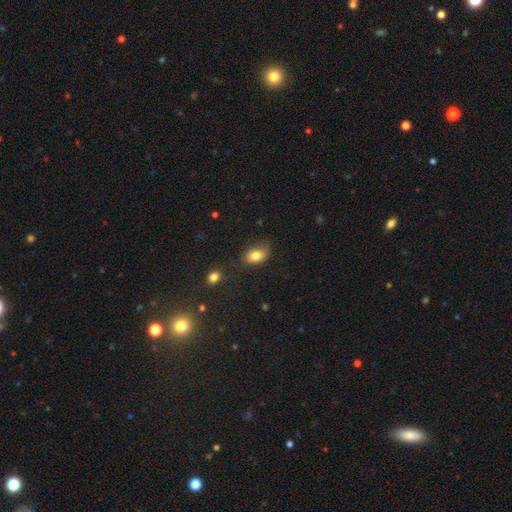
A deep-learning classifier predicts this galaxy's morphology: Smooth or featured? Predicted: smooth (p=0.78). How rounded? Predicted: in between (p=0.84). Merging? Predicted: none (p=0.59).